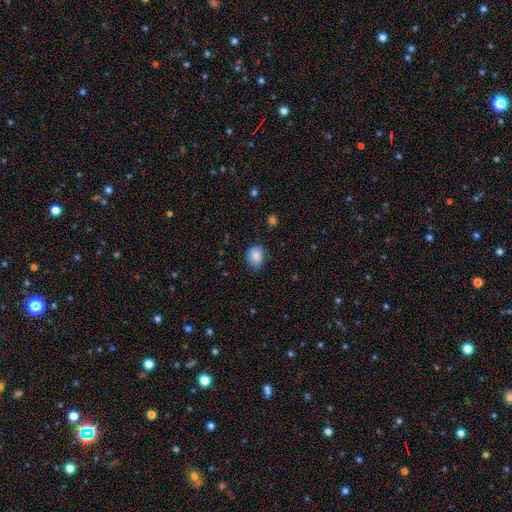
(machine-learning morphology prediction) This is clearly a smooth galaxy (84%). How rounded: likely in between (61%). Merging: likely none (69%).